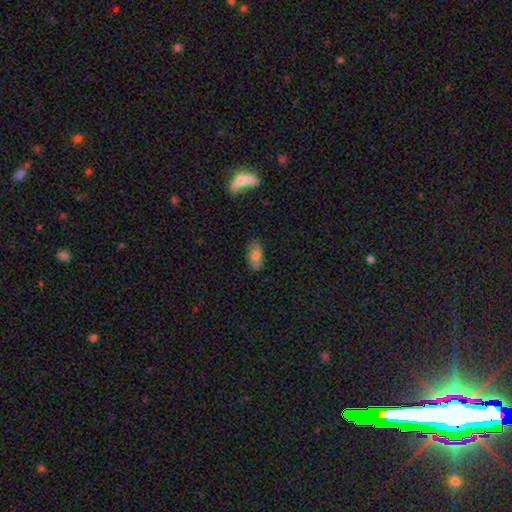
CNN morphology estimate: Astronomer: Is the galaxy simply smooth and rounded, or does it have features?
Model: smooth — 77%.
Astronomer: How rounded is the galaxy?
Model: in between — 91%.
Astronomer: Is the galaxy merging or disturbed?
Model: none — 80%.